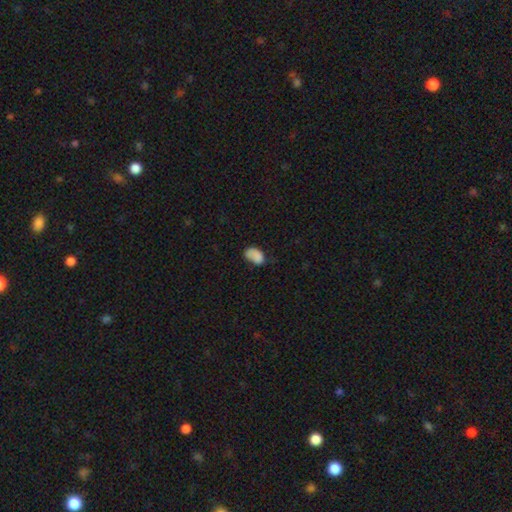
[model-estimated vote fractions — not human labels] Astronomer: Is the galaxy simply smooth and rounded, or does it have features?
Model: smooth — 80%.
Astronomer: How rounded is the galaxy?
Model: in between — 89%.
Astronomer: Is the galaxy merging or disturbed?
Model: none — 42% (runner-up: minor disturbance, 35%).